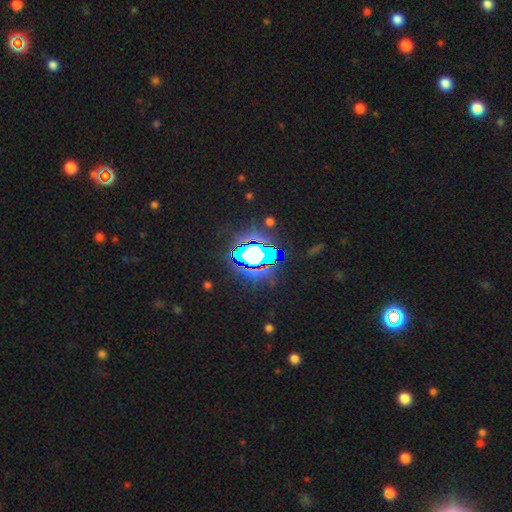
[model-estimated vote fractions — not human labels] Smooth or featured? star or artifact (80%)